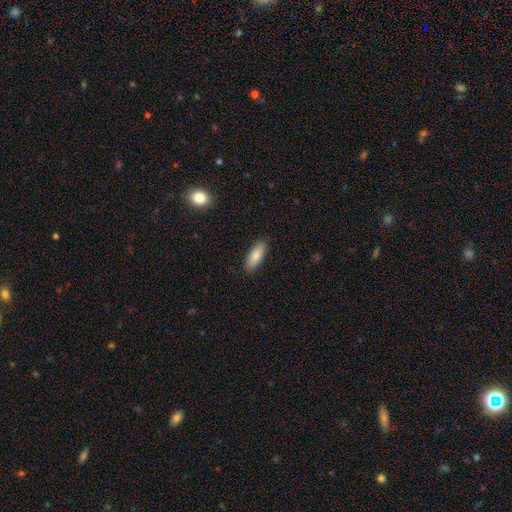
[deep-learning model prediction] Smooth or featured? smooth (83%)
How rounded? in between (67%)
Merging? none (89%)